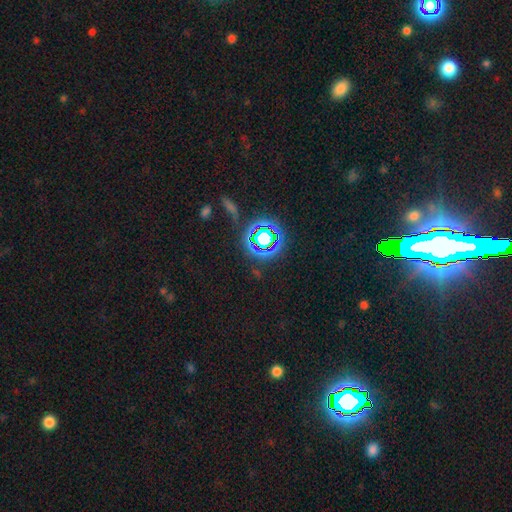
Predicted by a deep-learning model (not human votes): Smooth or featured?
  - star or artifact: 78% *
  - smooth: 13%
  - featured or disk: 9%